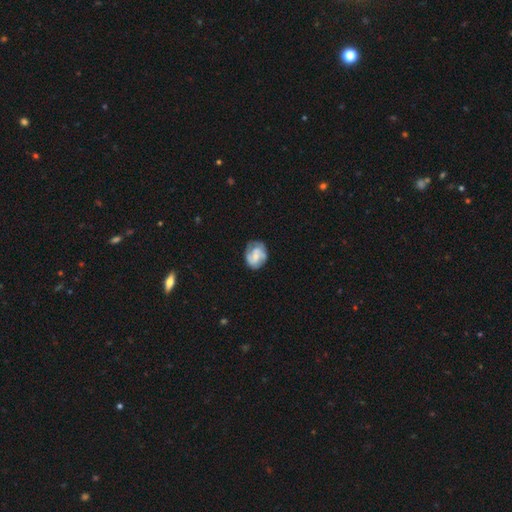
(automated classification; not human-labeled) featured or disk 61%, smooth 32%, star or artifact 7%. Down the decision tree: edge-on disk — no (98%); bar — weak (45%); spiral arms — yes (85%); spiral arm count — 2 (58%); spiral winding — medium (43%); bulge size — small (47%); merging — none (66%).